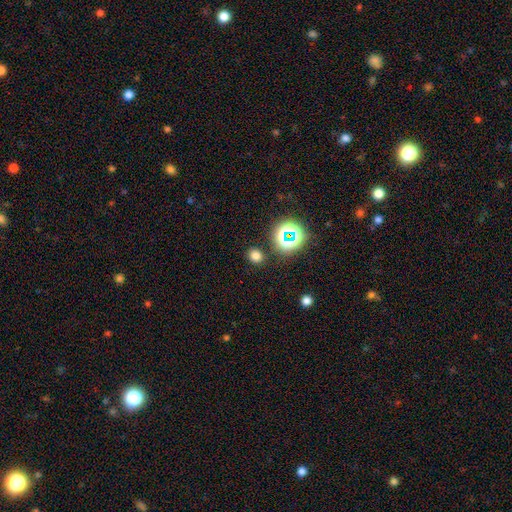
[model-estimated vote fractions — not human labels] The model was most divided on "how rounded": round: 72%, in between: 27%, cigar-shaped: 1%. More confident: merging — none (87%); smooth or featured — smooth (72%).